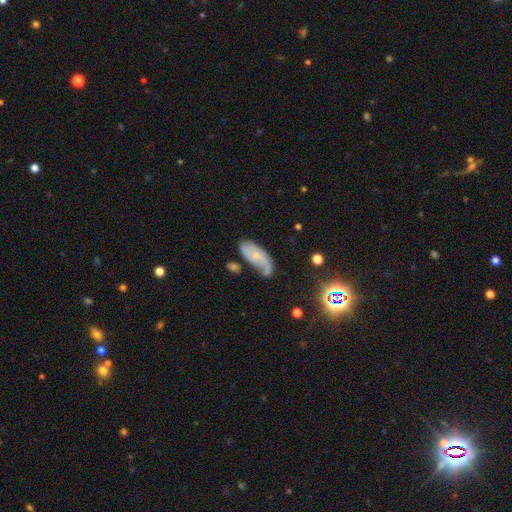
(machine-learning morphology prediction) This appears to be a featured or disk galaxy (54%). Merging: none (42%).